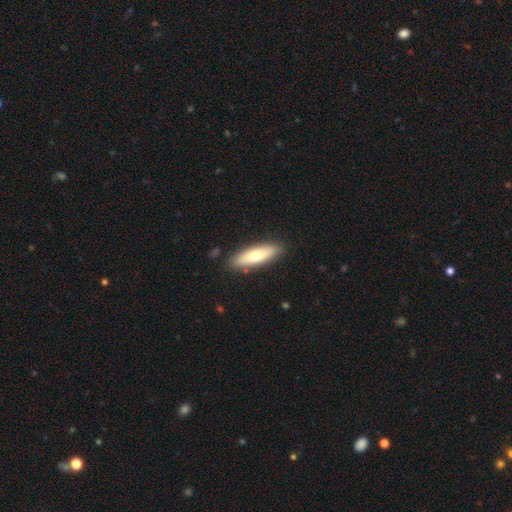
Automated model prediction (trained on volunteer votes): Overall: smooth (71%). How rounded: cigar-shaped (52%; in between 46%). Merging: none (86%).